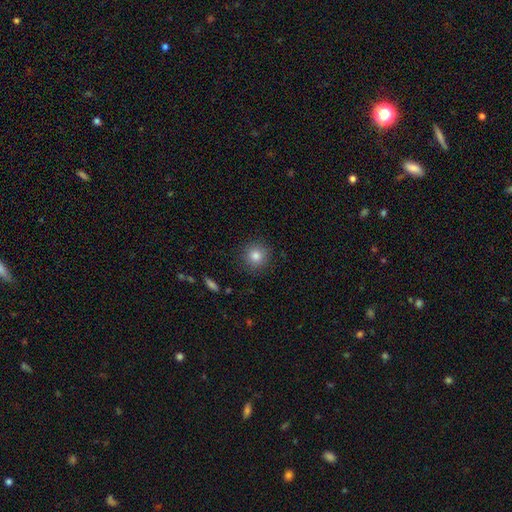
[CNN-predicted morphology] This is clearly a smooth galaxy (83%). How rounded: clearly round (93%). Merging: clearly none (90%).